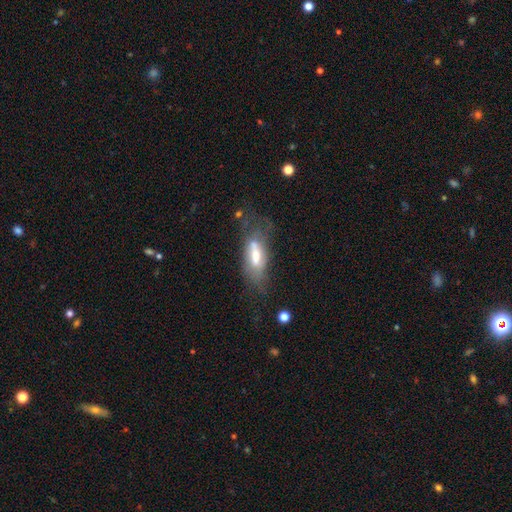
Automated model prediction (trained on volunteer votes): Smooth or featured: smooth — 48% (featured or disk — 44%)
Merging: none — 42% (minor disturbance — 26%)